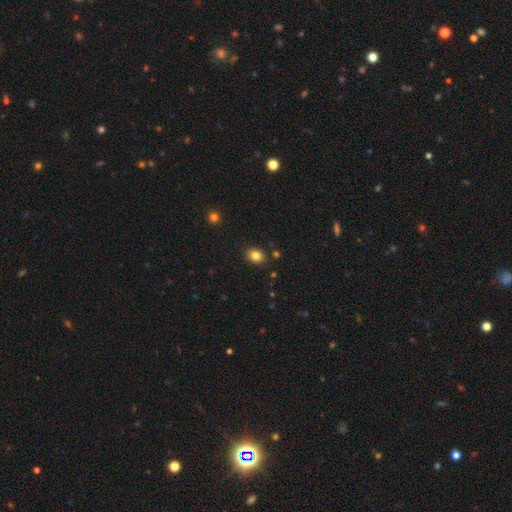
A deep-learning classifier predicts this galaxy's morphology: Smooth or featured? Predicted: smooth (p=0.83). How rounded? Predicted: in between (p=0.56). Merging? Predicted: none (p=0.85).